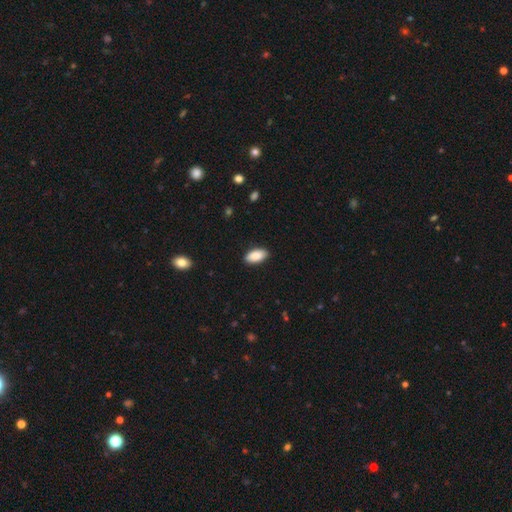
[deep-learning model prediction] smooth 90%, star or artifact 6%, featured or disk 4%. Down the decision tree: how rounded — in between (93%); merging — none (88%).